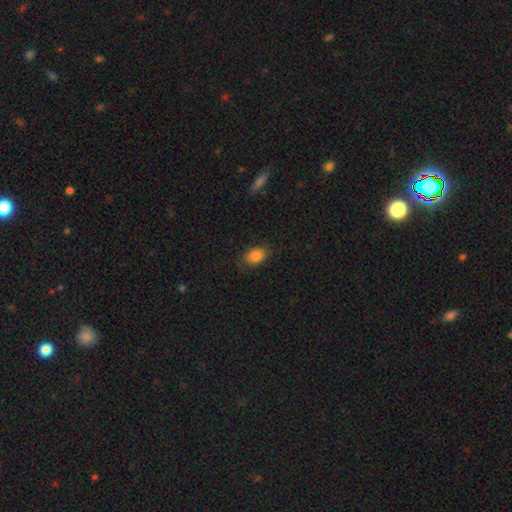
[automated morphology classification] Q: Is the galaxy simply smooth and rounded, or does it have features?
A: smooth — 86%.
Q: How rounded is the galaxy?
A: in between — 78%.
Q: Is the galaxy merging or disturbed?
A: none — 83%.